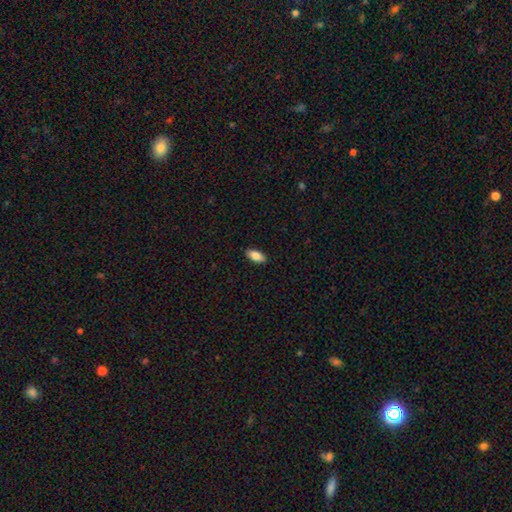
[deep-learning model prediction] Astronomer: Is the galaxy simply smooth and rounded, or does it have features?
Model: smooth — 85%.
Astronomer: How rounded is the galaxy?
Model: in between — 87%.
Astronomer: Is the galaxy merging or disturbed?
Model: none — 90%.